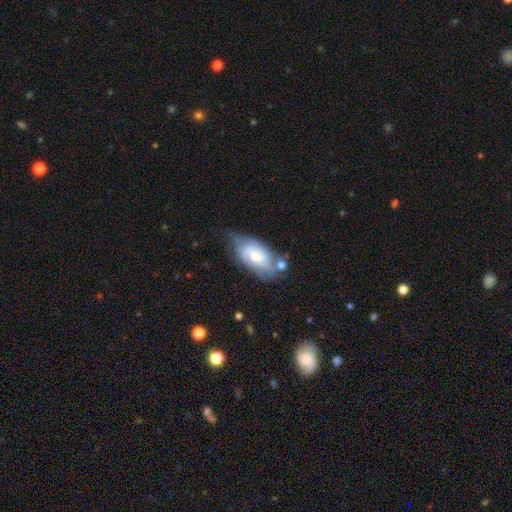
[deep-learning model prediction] smooth_or_featured: smooth (p=0.51) [alt: featured or disk p=0.42]
how_rounded: in between (p=0.90) [alt: cigar-shaped p=0.05]
merging: none (p=0.38) [alt: minor disturbance p=0.34]